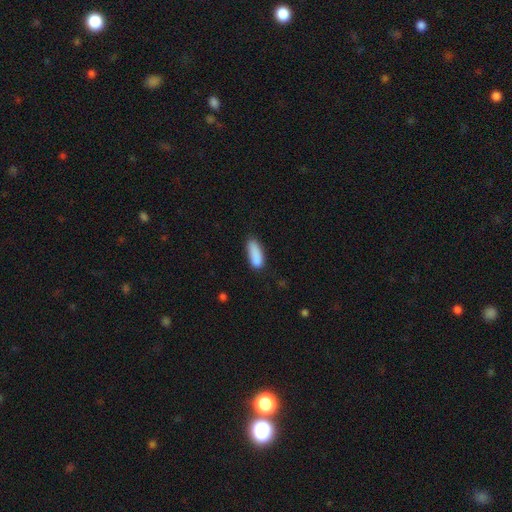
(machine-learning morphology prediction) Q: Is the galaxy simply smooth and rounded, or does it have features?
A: smooth — 86%.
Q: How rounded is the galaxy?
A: in between — 61%.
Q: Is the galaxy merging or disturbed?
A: none — 62%.